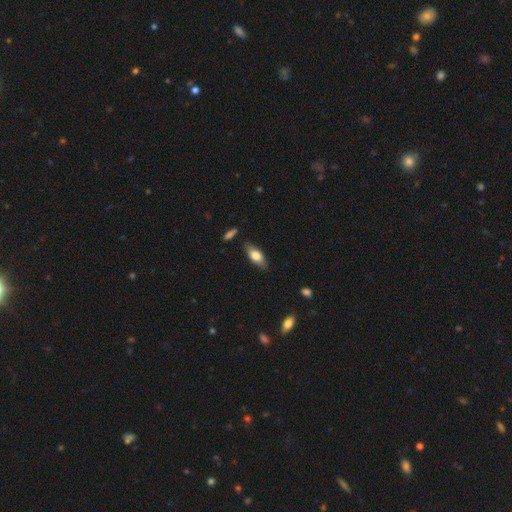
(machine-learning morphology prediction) Smooth or featured? Predicted: smooth (p=0.70). How rounded? Predicted: in between (p=0.78). Merging? Predicted: none (p=0.82).